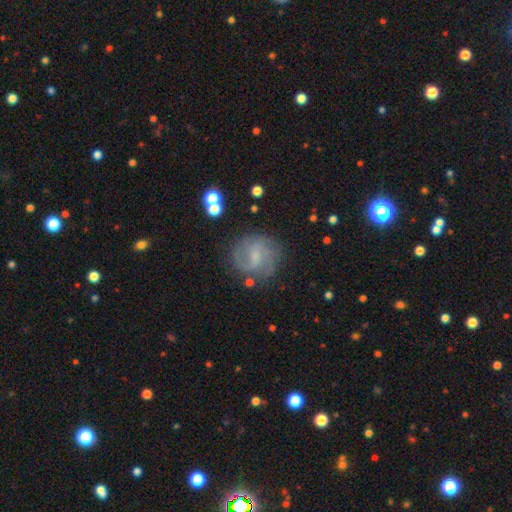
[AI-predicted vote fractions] Morphology: type=featured or disk (68%); edge-on=no (98%); bar=weak (57%); spiral arms=yes (88%); winding=medium (46%); arm count=2 (62%); bulge=small (48%); merging=none (71%).